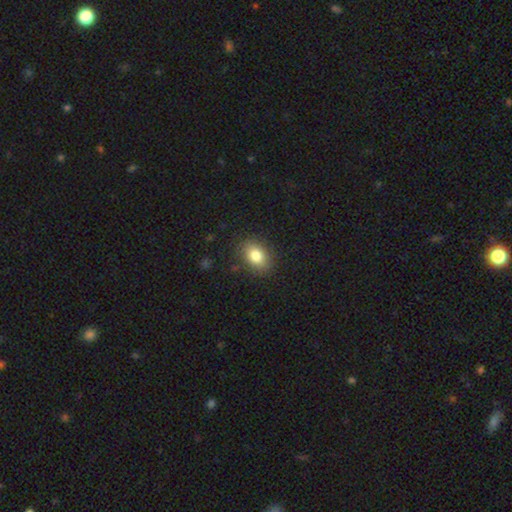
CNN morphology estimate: type=smooth (82%); roundness=in between (75%); merging=none (85%).